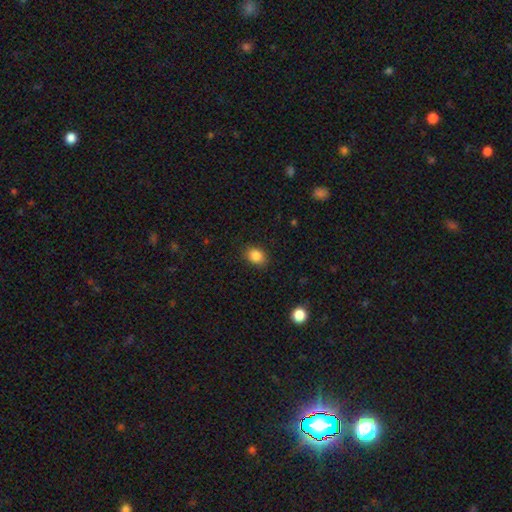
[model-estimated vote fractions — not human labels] A smooth galaxy with no disk features (86%) that is in between round and cigar-shaped (55%).

Vote fractions:
- Smooth or featured? smooth: 86% / star or artifact: 10% / featured or disk: 4%
- How rounded? in between: 55% / round: 44% / cigar-shaped: 1%
- Merging? none: 86% / minor disturbance: 10% / major disturbance: 3% / merger: 1%